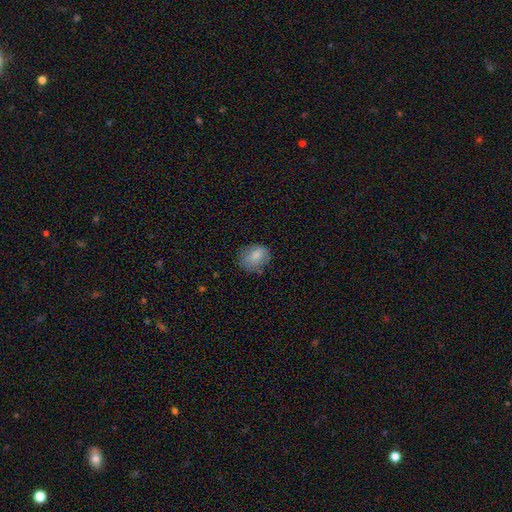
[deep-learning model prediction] smooth-or-featured: smooth: 81% | featured or disk: 11% | star or artifact: 9%
  how-rounded: in between: 57% | round: 42% | cigar-shaped: 1%
  merging: none: 66% | minor disturbance: 24% | major disturbance: 8% | merger: 2%